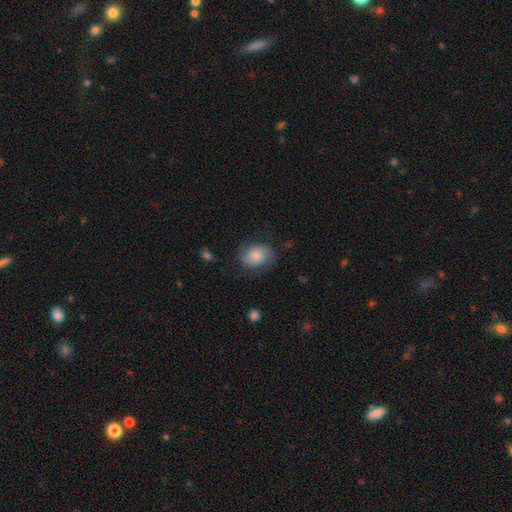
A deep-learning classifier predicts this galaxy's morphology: Smooth or featured? Predicted: smooth (p=0.70). How rounded? Predicted: in between (p=0.60). Merging? Predicted: none (p=0.68).